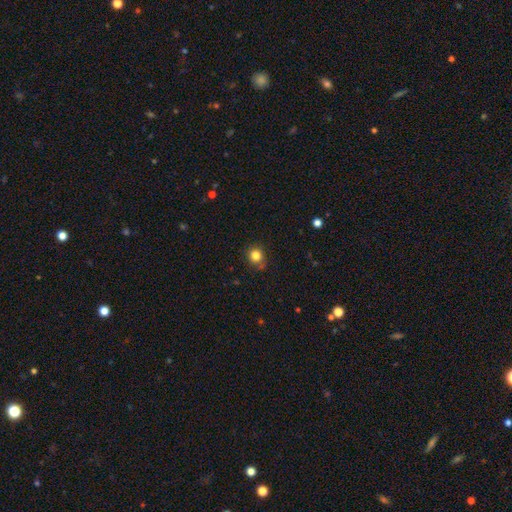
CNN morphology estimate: smooth_or_featured: smooth (p=0.82) [alt: star or artifact p=0.13]
how_rounded: round (p=0.88) [alt: in between p=0.11]
merging: none (p=0.78) [alt: minor disturbance p=0.15]